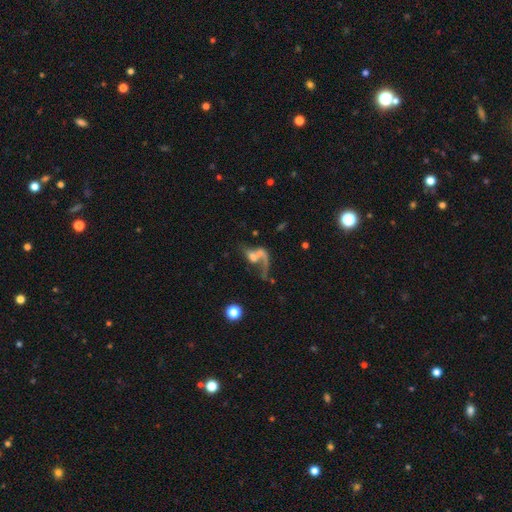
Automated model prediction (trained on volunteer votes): Smooth or featured: featured or disk — 52% (smooth — 34%)
Edge-on disk: no — 92% (yes — 8%)
Merging: merger — 47% (major disturbance — 26%)